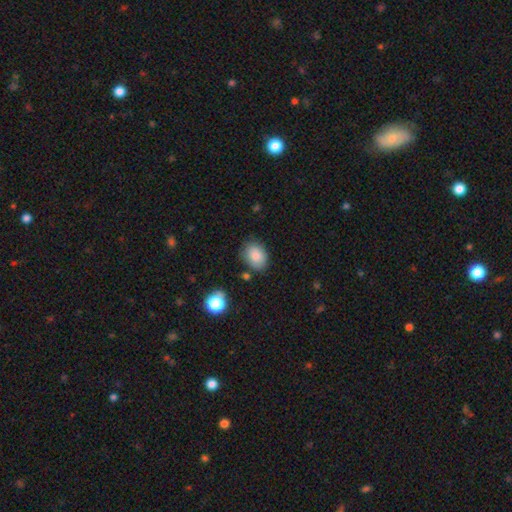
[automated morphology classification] Smooth or featured? smooth (85%)
How rounded? in between (68%)
Merging? none (75%)